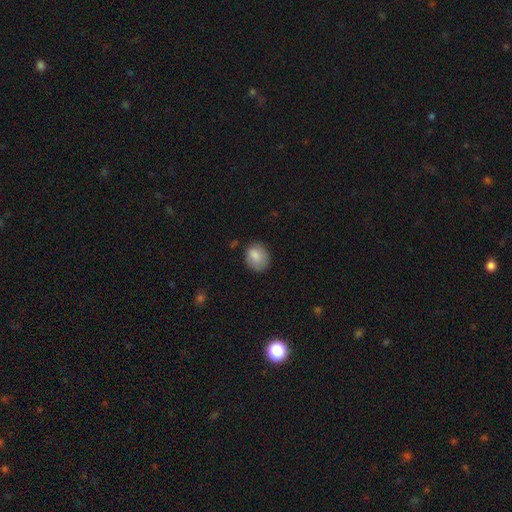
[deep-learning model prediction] The model was most divided on "how rounded": round: 57%, in between: 42%, cigar-shaped: 1%. More confident: smooth or featured — smooth (84%); merging — none (71%).